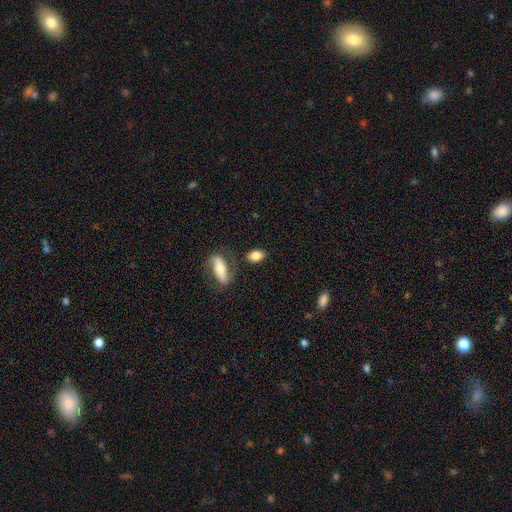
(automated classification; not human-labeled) Overall: smooth (82%). How rounded: in between (86%). Merging: none (73%).